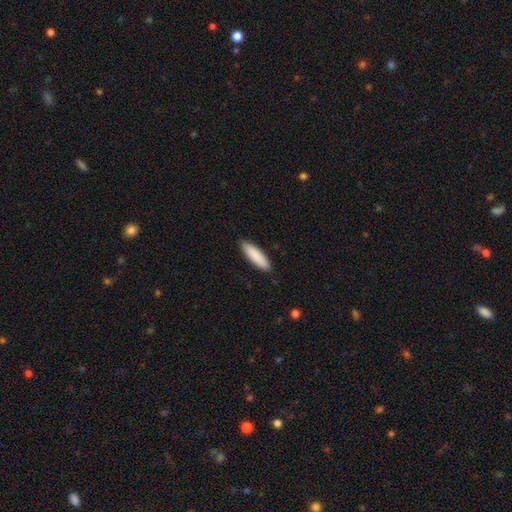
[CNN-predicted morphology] type=smooth (89%); roundness=cigar-shaped (62%); merging=none (89%).